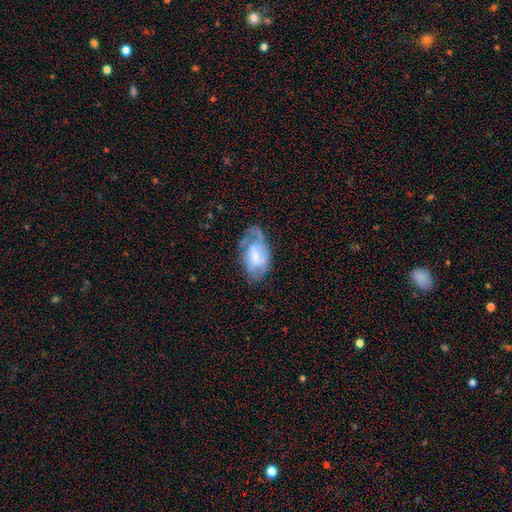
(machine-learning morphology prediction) Smooth or featured: featured or disk — 56% (smooth — 37%)
Edge-on disk: no — 95% (yes — 5%)
Bar: weak — 43% (no — 41%)
Spiral arms: yes — 60% (no — 40%)
Bulge size: small — 31% (tied with moderate — 31%)
Merging: none — 39% (minor disturbance — 32%)